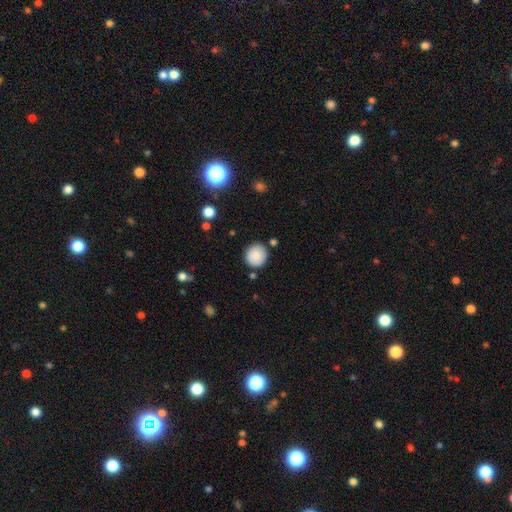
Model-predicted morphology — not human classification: smooth 87%, star or artifact 8%, featured or disk 4%. Down the decision tree: how rounded — round (93%); merging — none (86%).